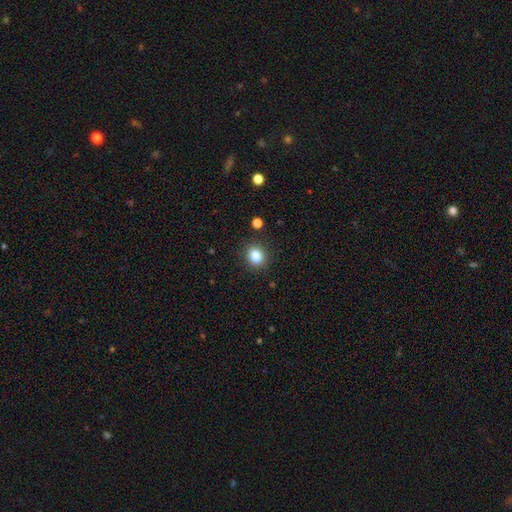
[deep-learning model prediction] smooth-or-featured: smooth: 85% | star or artifact: 11% | featured or disk: 5%
  how-rounded: round: 68% | in between: 31% | cigar-shaped: 1%
  merging: none: 88% | minor disturbance: 8% | major disturbance: 2% | merger: 2%